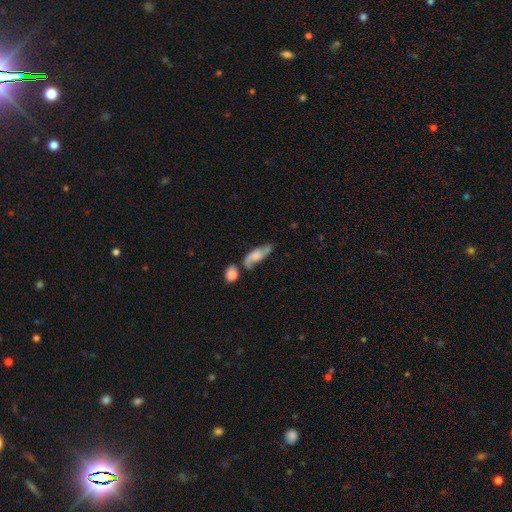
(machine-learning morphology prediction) Smooth or featured? Predicted: featured or disk (p=0.50). Edge-on disk? Predicted: no (p=0.80). Merging? Predicted: none (p=0.45).